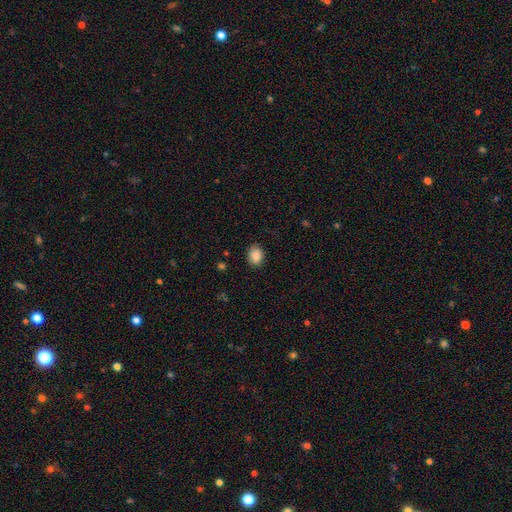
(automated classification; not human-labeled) A smooth galaxy with no disk features (88%) that is in between round and cigar-shaped (65%). Merging: none (84%).